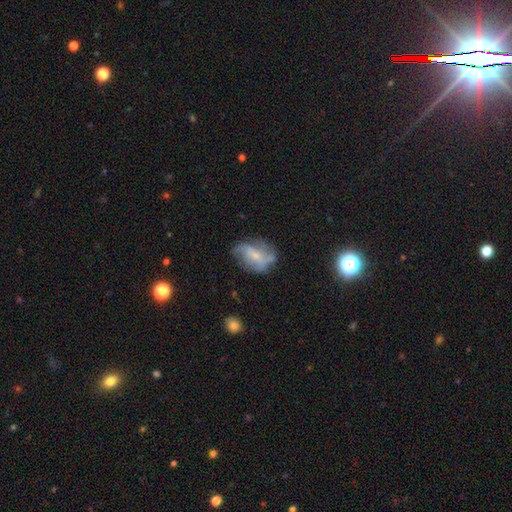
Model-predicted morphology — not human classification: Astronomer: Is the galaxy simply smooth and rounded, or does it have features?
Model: featured or disk — 62%.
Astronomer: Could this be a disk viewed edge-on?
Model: no — 95%.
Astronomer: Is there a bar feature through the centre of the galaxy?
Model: no — 47% (runner-up: weak, 38%).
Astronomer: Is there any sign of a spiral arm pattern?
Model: yes — 72%.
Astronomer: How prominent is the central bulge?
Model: small — 61%.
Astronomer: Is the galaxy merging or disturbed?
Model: none — 50% (runner-up: minor disturbance, 28%).